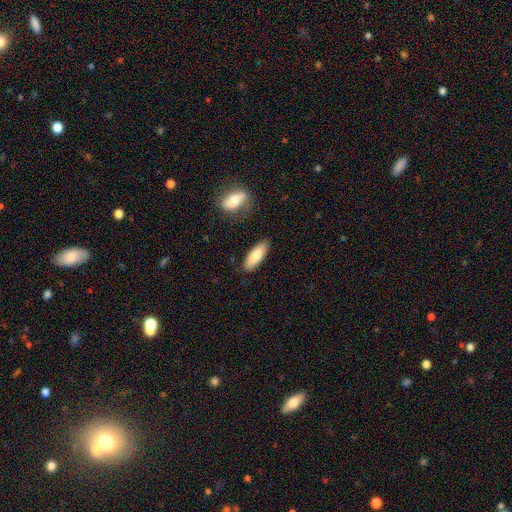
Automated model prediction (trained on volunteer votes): smooth-or-featured: smooth: 83% | featured or disk: 11% | star or artifact: 6%
  how-rounded: in between: 69% | cigar-shaped: 29% | round: 2%
  merging: none: 84% | minor disturbance: 10% | merger: 3% | major disturbance: 2%